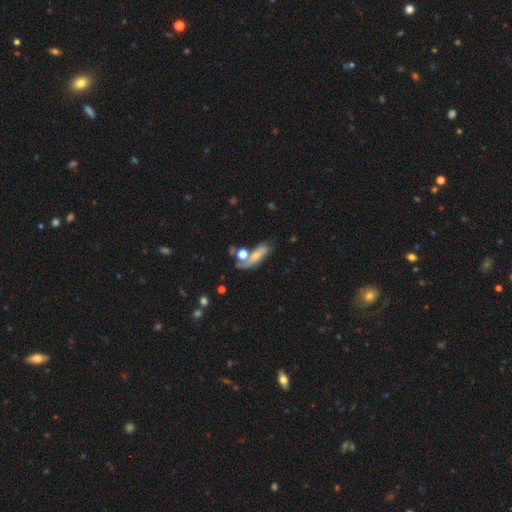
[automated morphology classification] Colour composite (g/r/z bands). It shows a smooth galaxy with no disk features (54%) that is in between round and cigar-shaped (55%). Merging: none (38%).